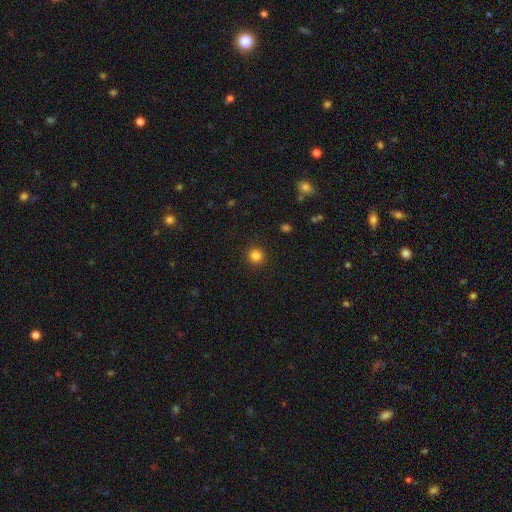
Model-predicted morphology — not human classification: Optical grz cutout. It shows a smooth galaxy with no disk features (83%) that is round (94%). Merging: none (92%).